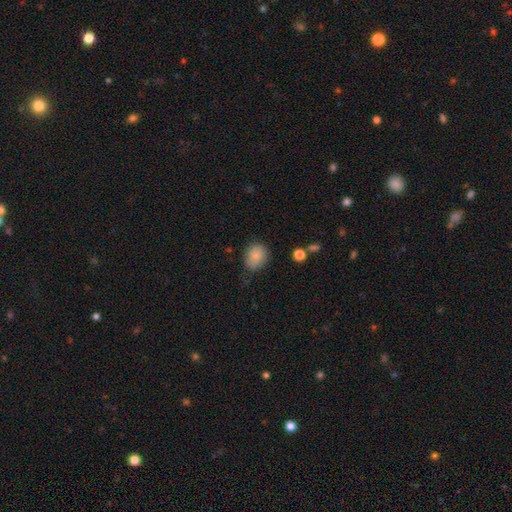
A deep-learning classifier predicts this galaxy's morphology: This appears to be a smooth galaxy with no disk features (84%) that is round (54%). Merging: none (67%).